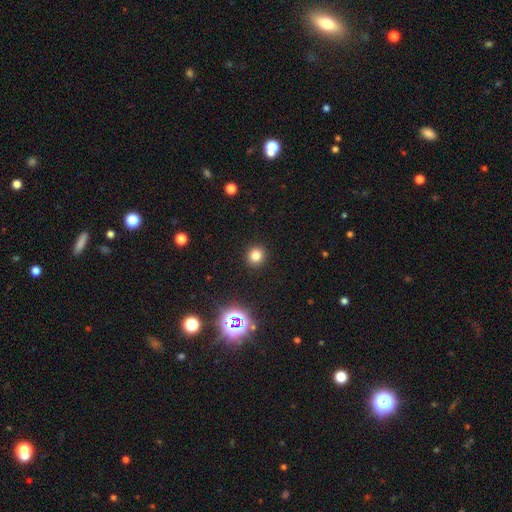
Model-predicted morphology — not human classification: smooth_or_featured: smooth (p=0.78) [alt: star or artifact p=0.17]
how_rounded: round (p=0.88) [alt: in between p=0.11]
merging: none (p=0.92) [alt: minor disturbance p=0.05]